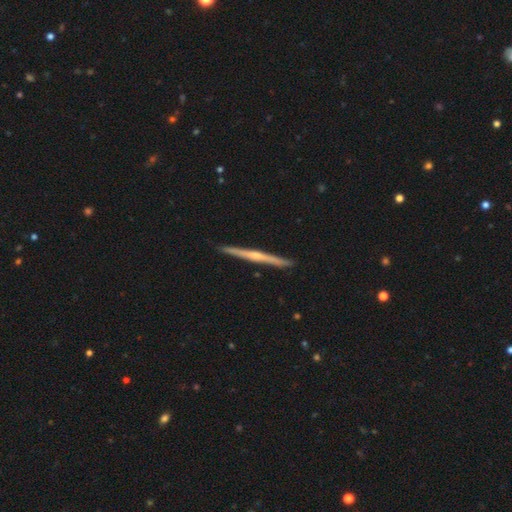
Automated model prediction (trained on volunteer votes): This is likely a featured or disk galaxy (71%). It is clearly viewed edge-on (98%). Edge-on bulge: possibly rounded (52%). Merging: clearly none (92%).